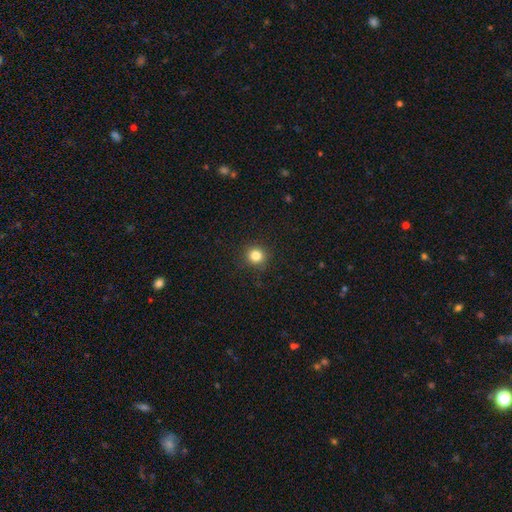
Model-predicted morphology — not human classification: type=smooth (83%); roundness=round (93%); merging=none (91%).